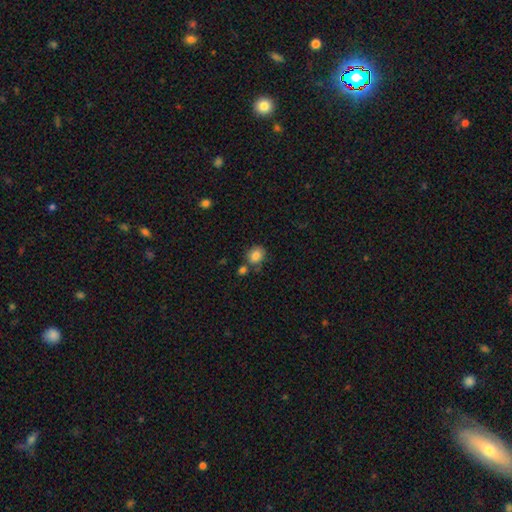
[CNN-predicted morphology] A smooth galaxy with no disk features (83%) that is round (62%).

Vote fractions:
- Smooth or featured? smooth: 83% / star or artifact: 10% / featured or disk: 7%
- How rounded? round: 62% / in between: 37% / cigar-shaped: 1%
- Merging? none: 61% / merger: 17% / minor disturbance: 17% / major disturbance: 5%